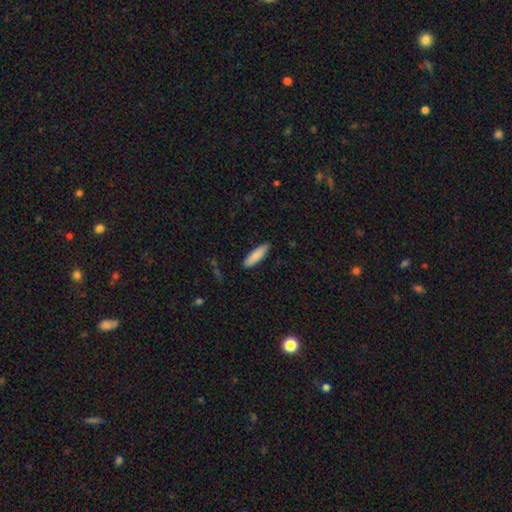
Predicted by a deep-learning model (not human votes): This is clearly a smooth galaxy (86%). How rounded: possibly cigar-shaped (58%). Merging: clearly none (88%).